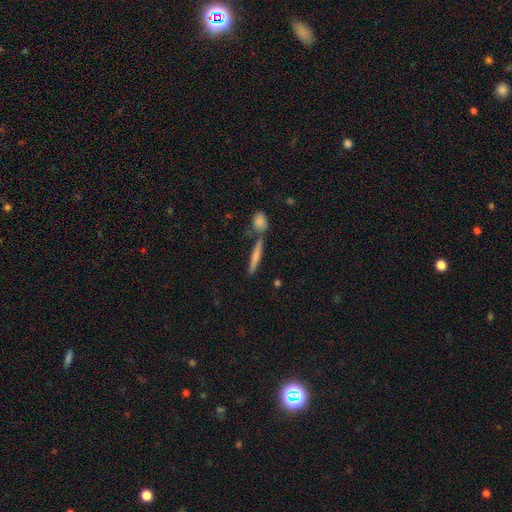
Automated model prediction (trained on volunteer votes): Smooth or featured?
  - smooth: 54% *
  - featured or disk: 37%
  - star or artifact: 9%
How rounded?
  - cigar-shaped: 88% *
  - in between: 9%
  - round: 3%
Merging?
  - none: 69% *
  - merger: 20%
  - minor disturbance: 9%
  - major disturbance: 3%